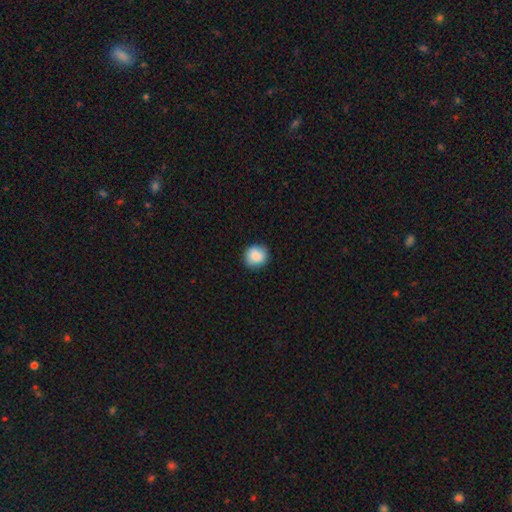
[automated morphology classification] This is clearly a smooth galaxy (88%). How rounded: clearly round (89%). Merging: clearly none (87%).